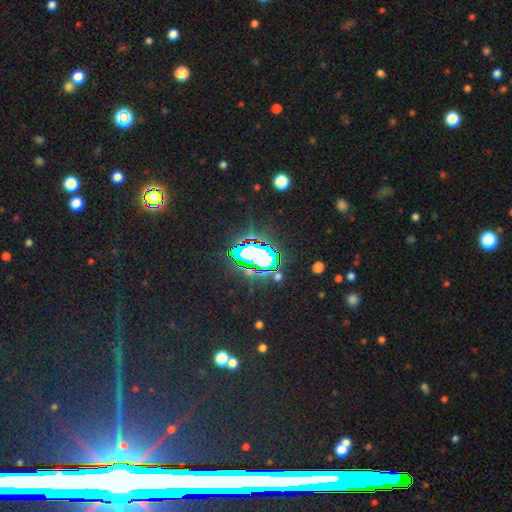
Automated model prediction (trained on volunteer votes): smooth_or_featured: star or artifact (p=0.64) [alt: smooth p=0.24]